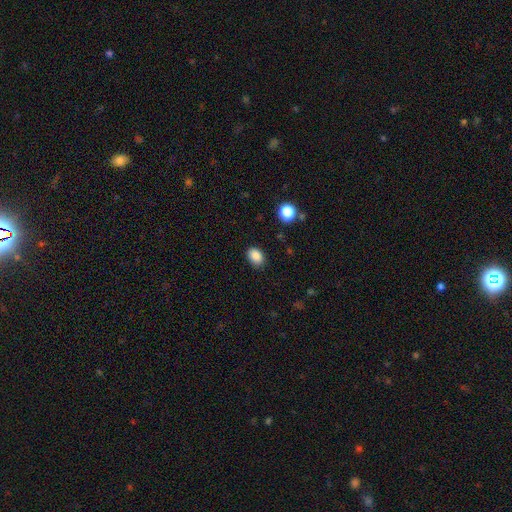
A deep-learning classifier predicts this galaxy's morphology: smooth 87%, star or artifact 10%, featured or disk 3%. Down the decision tree: how rounded — in between (69%); merging — none (85%).